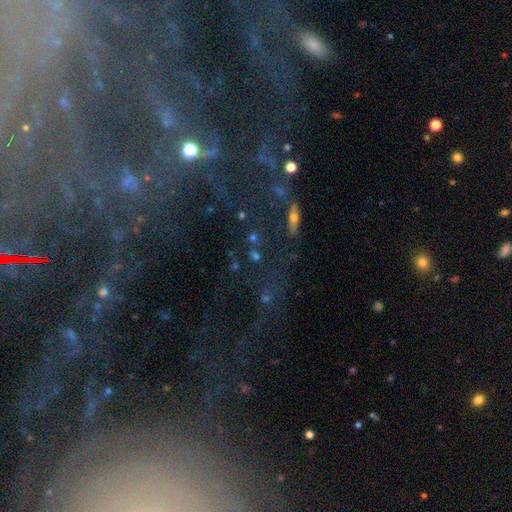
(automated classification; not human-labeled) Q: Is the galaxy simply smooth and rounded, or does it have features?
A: star or artifact — 43%.